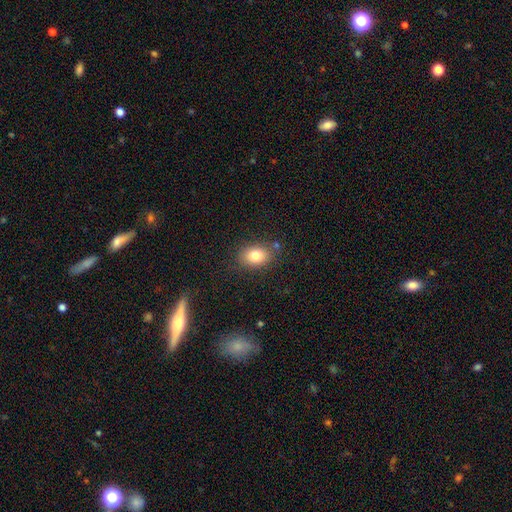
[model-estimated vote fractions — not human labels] The model was most divided on "how rounded": in between: 71%, round: 28%, cigar-shaped: 1%. More confident: smooth or featured — smooth (80%); merging — none (79%).